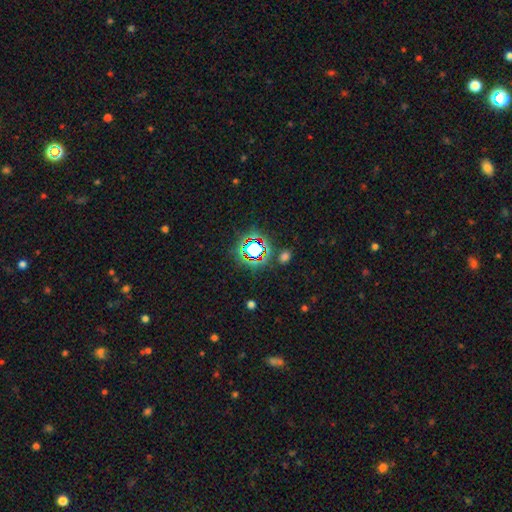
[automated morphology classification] Overall: star or artifact (77%).